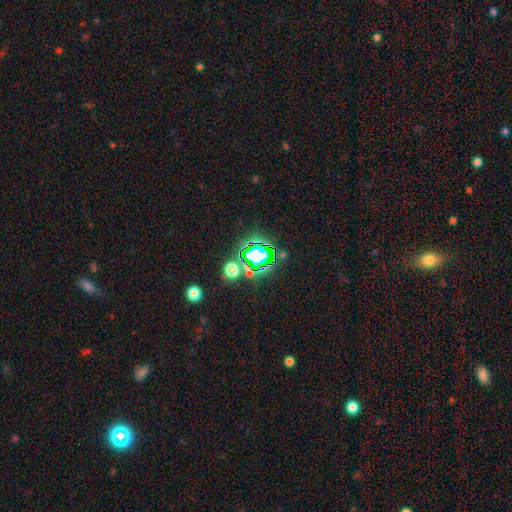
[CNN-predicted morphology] Smooth or featured? star or artifact (67%)